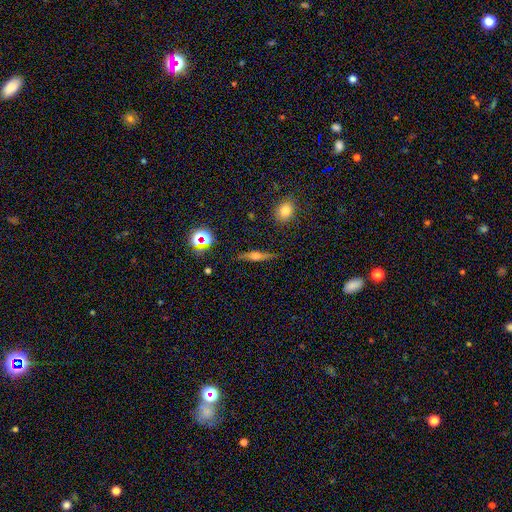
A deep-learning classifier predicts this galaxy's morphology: Smooth or featured? featured or disk (53%)
Edge-on disk? yes (93%)
Merging? none (84%)